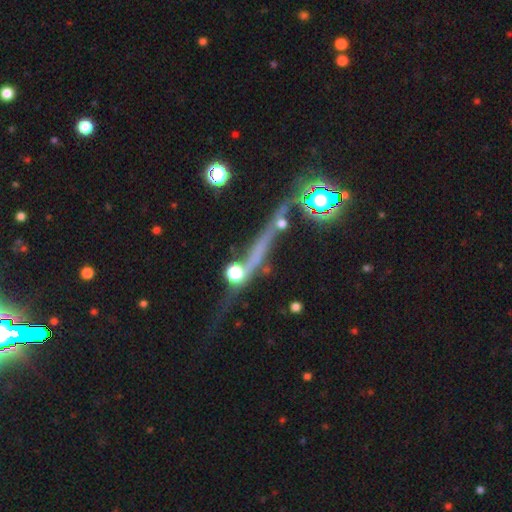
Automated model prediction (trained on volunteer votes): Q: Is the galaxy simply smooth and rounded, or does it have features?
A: featured or disk — 43%.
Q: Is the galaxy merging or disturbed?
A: none — 68%.